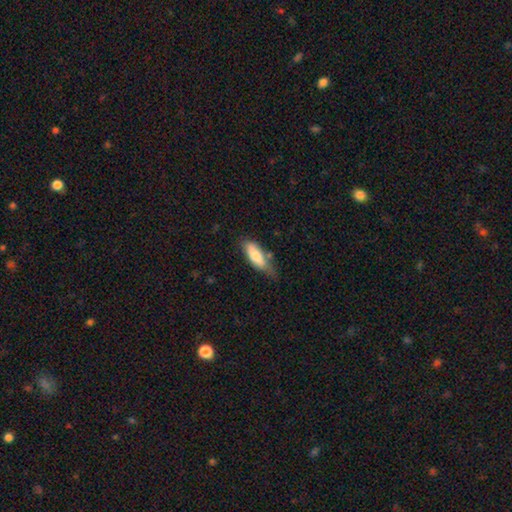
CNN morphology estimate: smooth 74%, featured or disk 20%, star or artifact 6%. Down the decision tree: how rounded — in between (63%); merging — none (51%).